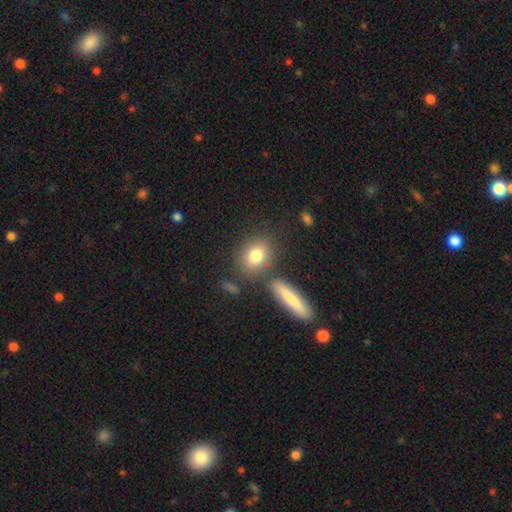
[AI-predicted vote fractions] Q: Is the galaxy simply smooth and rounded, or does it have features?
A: smooth — 79%.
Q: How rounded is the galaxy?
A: in between — 48%.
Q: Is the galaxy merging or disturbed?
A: none — 71%.